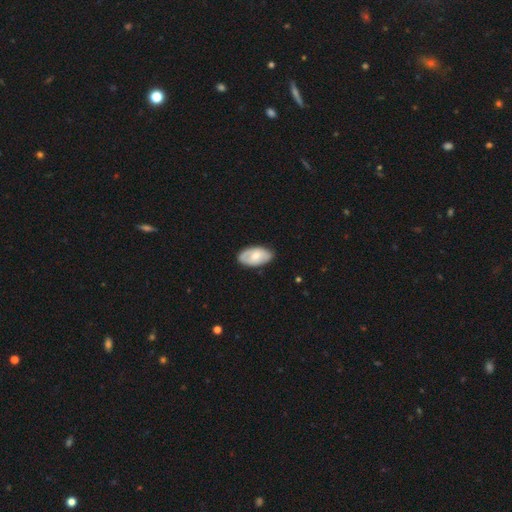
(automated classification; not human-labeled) This is possibly a smooth galaxy (57%). How rounded: clearly in between (94%). Merging: likely none (75%).